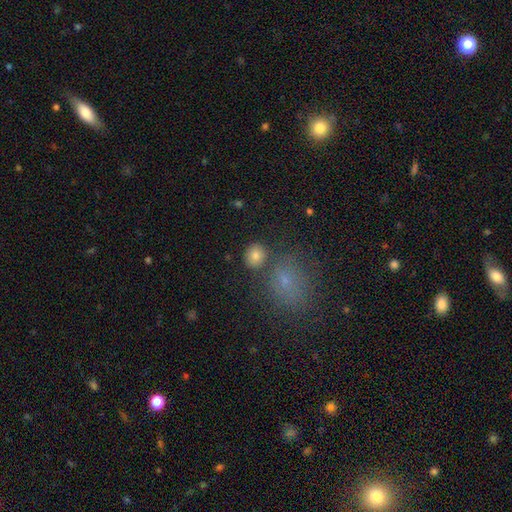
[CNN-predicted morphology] smooth 79%, star or artifact 14%, featured or disk 8%. Down the decision tree: how rounded — round (77%); merging — none (76%).